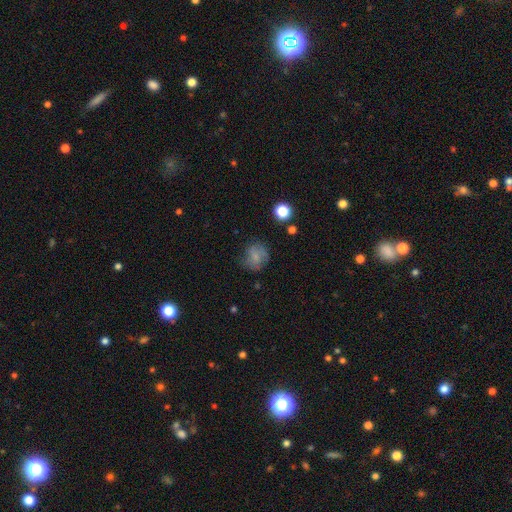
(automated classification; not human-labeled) Smooth or featured: smooth — 66% (featured or disk — 21%)
How rounded: round — 72% (in between — 27%)
Merging: none — 62% (minor disturbance — 24%)